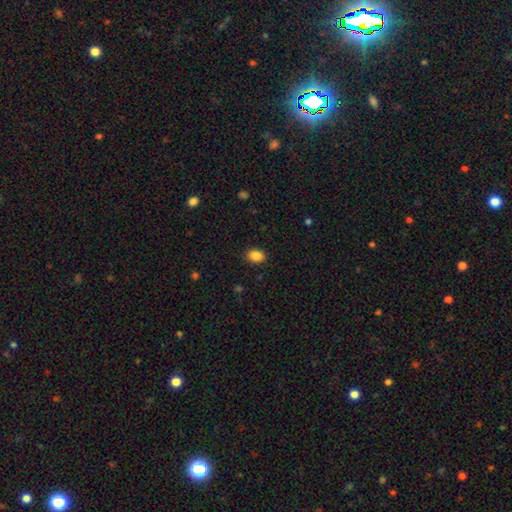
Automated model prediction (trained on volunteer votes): The model was most divided on "how rounded": in between: 75%, round: 24%, cigar-shaped: 1%. More confident: smooth or featured — smooth (87%); merging — none (87%).